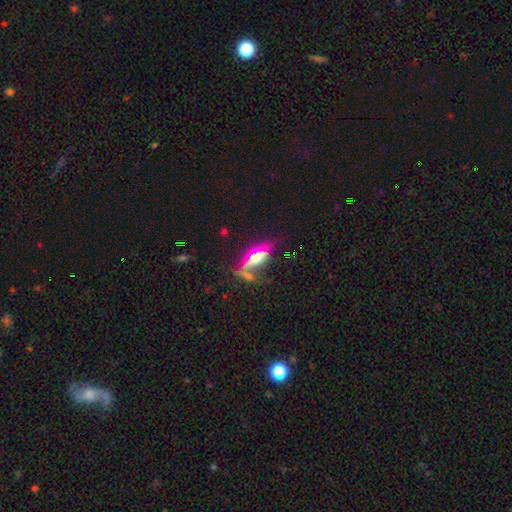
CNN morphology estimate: type=smooth (46%); merging=none (48%).